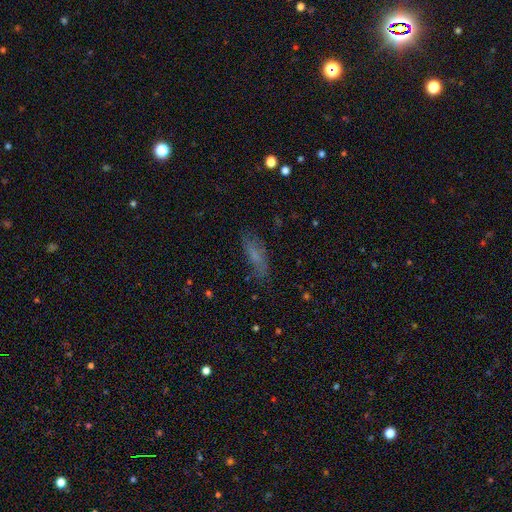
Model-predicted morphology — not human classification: Smooth or featured? Predicted: smooth (p=0.60). How rounded? Predicted: in between (p=0.52). Merging? Predicted: none (p=0.72).